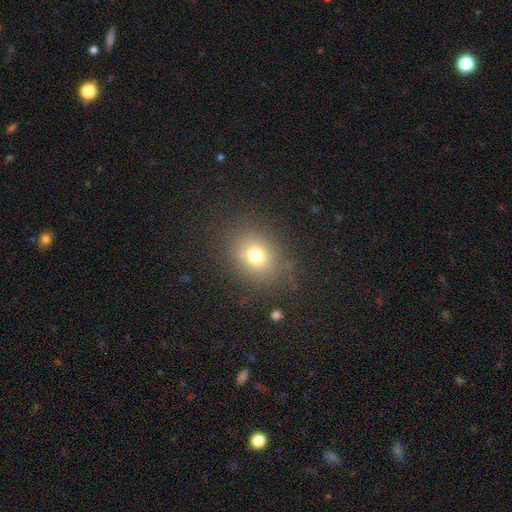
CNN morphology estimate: Smooth or featured?
  - smooth: 73% *
  - star or artifact: 16%
  - featured or disk: 11%
How rounded?
  - round: 55% *
  - in between: 44%
  - cigar-shaped: 1%
Merging?
  - none: 82% *
  - minor disturbance: 11%
  - major disturbance: 5%
  - merger: 2%